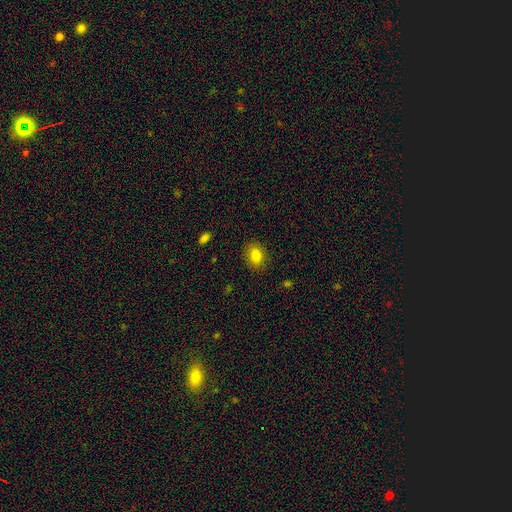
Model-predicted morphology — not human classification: smooth_or_featured: smooth (p=0.82) [alt: star or artifact p=0.10]
how_rounded: in between (p=0.56) [alt: round p=0.43]
merging: none (p=0.87) [alt: minor disturbance p=0.09]